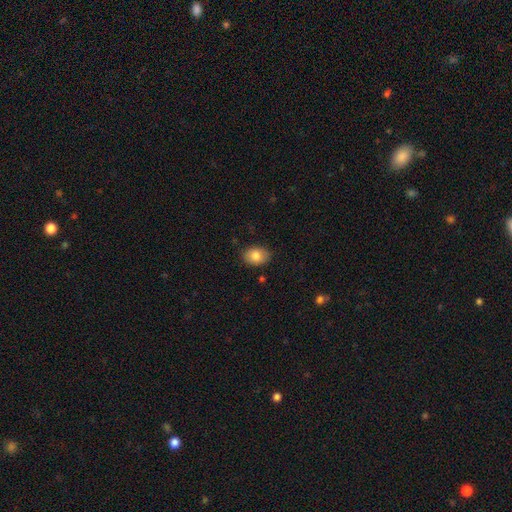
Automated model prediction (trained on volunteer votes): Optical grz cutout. It shows a smooth galaxy with no disk features (82%) that is in between round and cigar-shaped (71%). Merging: none (86%).